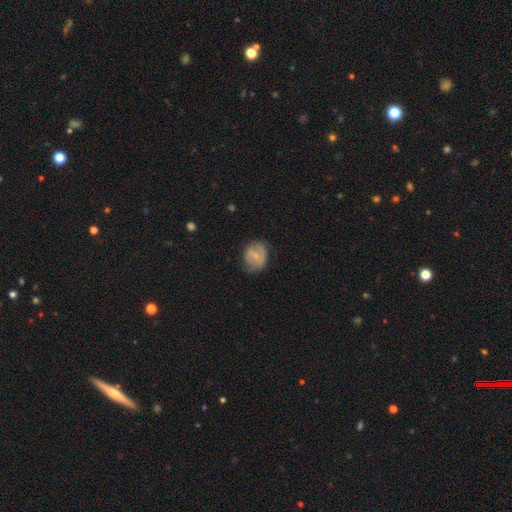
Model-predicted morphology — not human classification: smooth 53%, featured or disk 39%, star or artifact 8%. Down the decision tree: how rounded — round (54%); merging — none (52%).